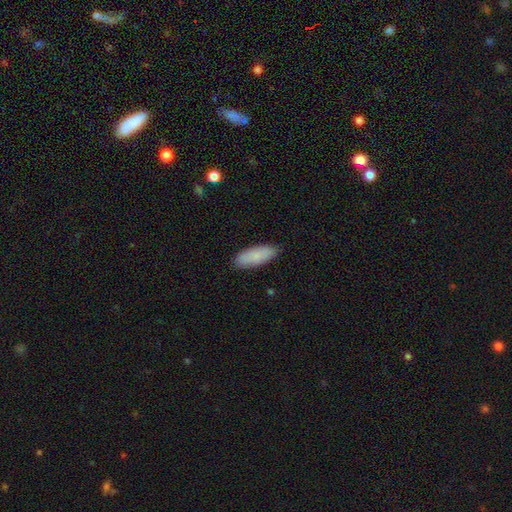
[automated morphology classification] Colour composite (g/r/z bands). It shows a smooth galaxy with no disk features (86%) that is in between round and cigar-shaped (71%). Merging: none (87%).